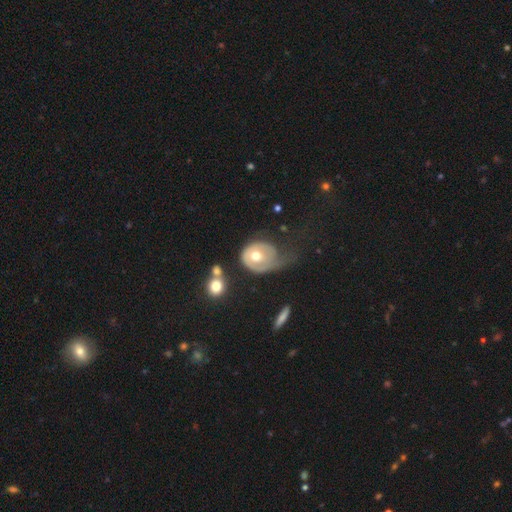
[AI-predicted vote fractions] Smooth or featured? Predicted: featured or disk (p=0.58). Edge-on disk? Predicted: no (p=0.96). Bar? Predicted: no (p=0.82). Spiral arms? Predicted: yes (p=0.61). Bulge size? Predicted: moderate (p=0.76). Merging? Predicted: major disturbance (p=0.47).